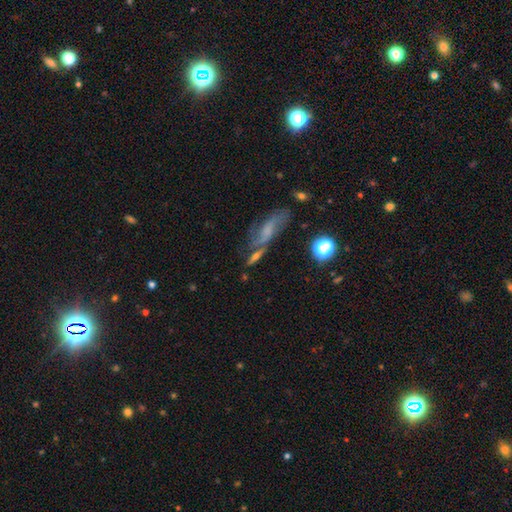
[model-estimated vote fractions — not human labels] Q: Smooth or featured?
A: featured or disk (49%); runner-up: smooth (32%)
Q: Merging?
A: none (46%); runner-up: merger (22%)